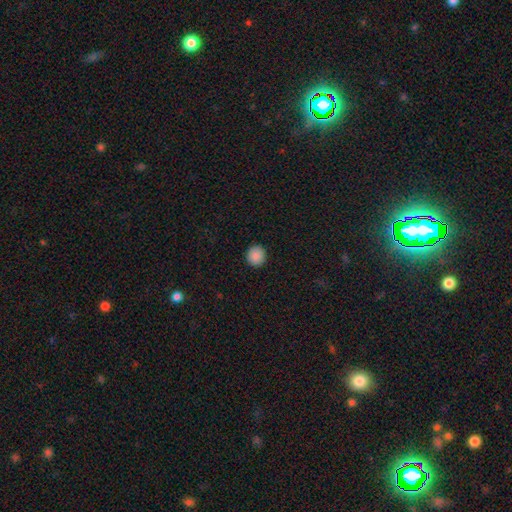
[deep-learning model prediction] The model was most divided on "how rounded": round: 88%, in between: 11%, cigar-shaped: 1%. More confident: merging — none (92%); smooth or featured — smooth (88%).